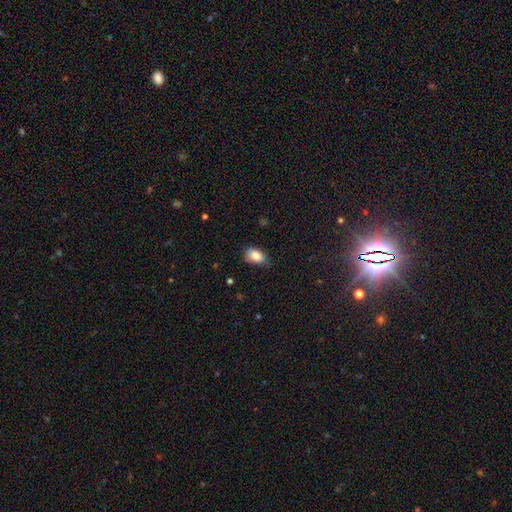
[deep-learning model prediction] Overall: smooth (86%). How rounded: in between (89%). Merging: none (66%; minor disturbance 28%).